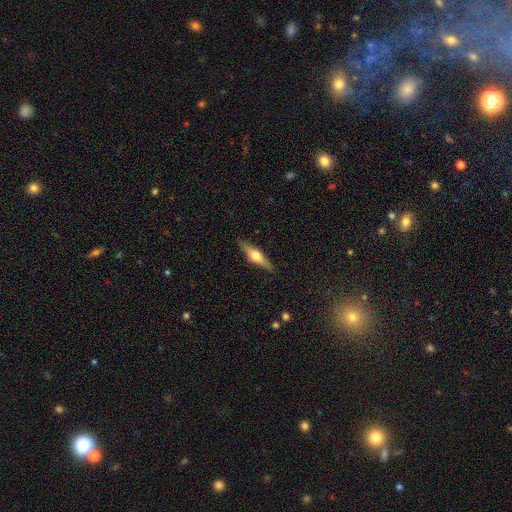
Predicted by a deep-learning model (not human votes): The model was most divided on "smooth or featured": featured or disk: 65%, smooth: 29%, star or artifact: 6%. More confident: edge-on disk — yes (96%); edge-on bulge — rounded (94%); merging — none (88%).